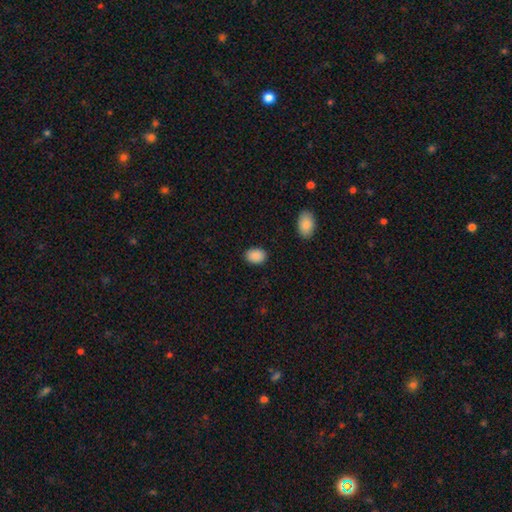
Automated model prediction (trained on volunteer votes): smooth 90%, star or artifact 7%, featured or disk 3%. Down the decision tree: how rounded — in between (77%); merging — none (87%).